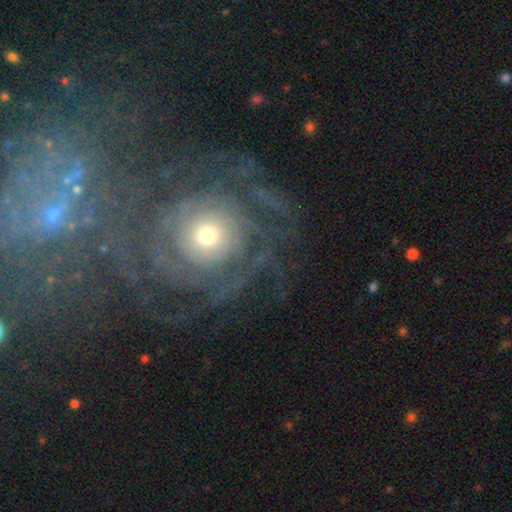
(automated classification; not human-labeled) This appears to be a featured or disk galaxy (77%) with no bar (83%), tight (79%) spiral arms (87%) and a moderate central bulge (55%). Merging: none (65%).